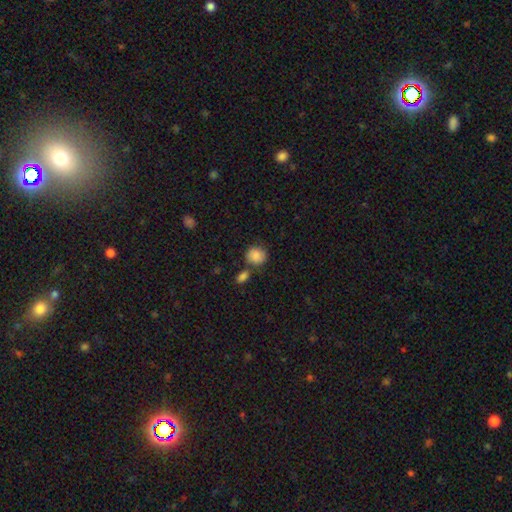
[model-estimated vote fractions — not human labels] A smooth galaxy with no disk features (87%) that is round (82%). Merging: none (67%).